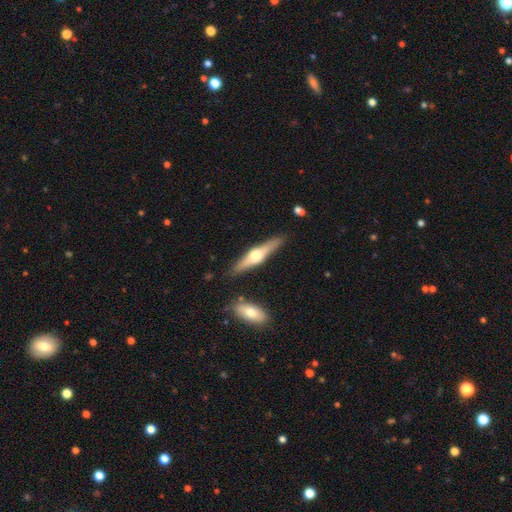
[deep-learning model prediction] This appears to be a featured or disk galaxy (66%) viewed edge-on (96%) with a rounded central bulge (93%). Merging: none (86%).